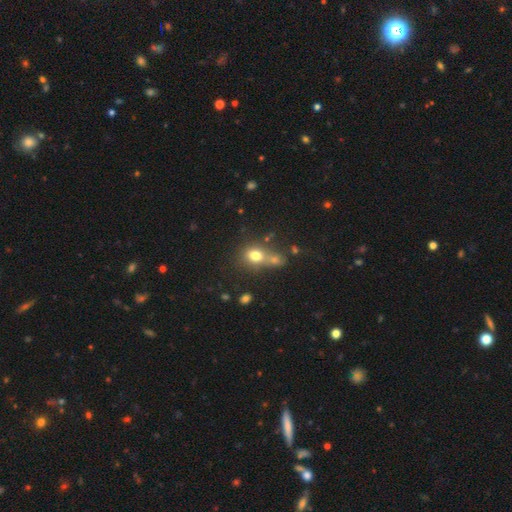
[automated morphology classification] Smooth or featured? Predicted: smooth (p=0.74). How rounded? Predicted: round (p=0.63). Merging? Predicted: none (p=0.41).